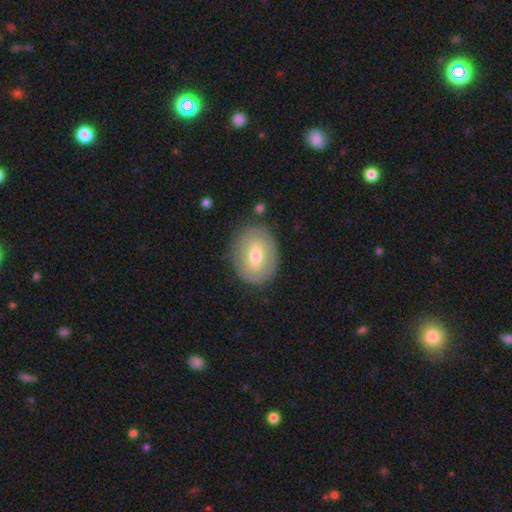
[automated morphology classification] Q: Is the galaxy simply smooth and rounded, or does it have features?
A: smooth — 47%, tied with featured or disk.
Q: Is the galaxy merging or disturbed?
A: none — 80%.